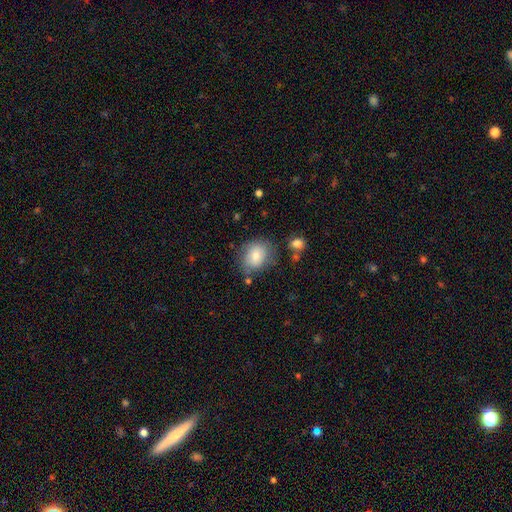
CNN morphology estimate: smooth 75%, featured or disk 17%, star or artifact 8%. Down the decision tree: how rounded — in between (50%); merging — none (69%).